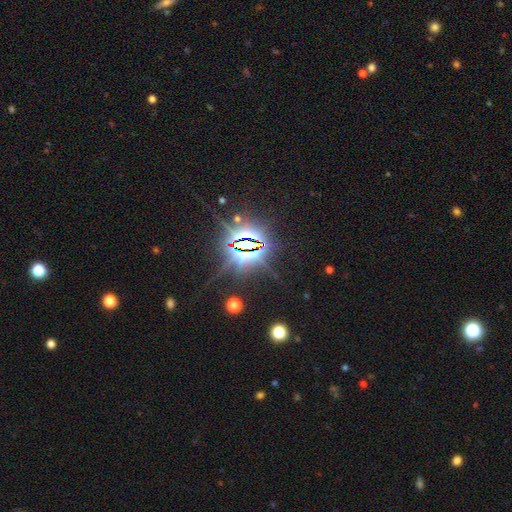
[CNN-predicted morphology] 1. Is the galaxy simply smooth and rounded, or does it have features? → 85% star or artifact, 9% featured or disk, 6% smooth.